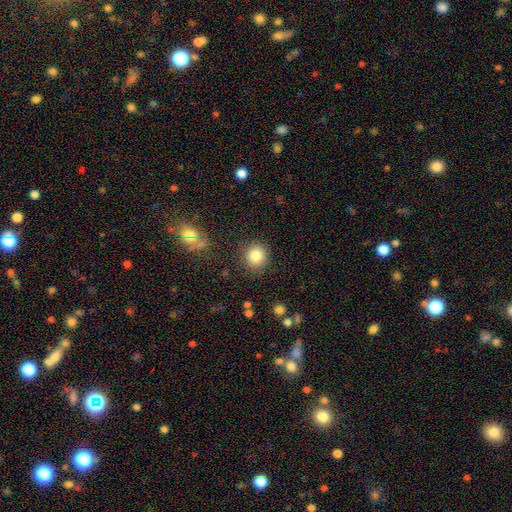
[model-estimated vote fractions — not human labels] Smooth or featured? Predicted: smooth (p=0.84). How rounded? Predicted: round (p=0.85). Merging? Predicted: none (p=0.87).